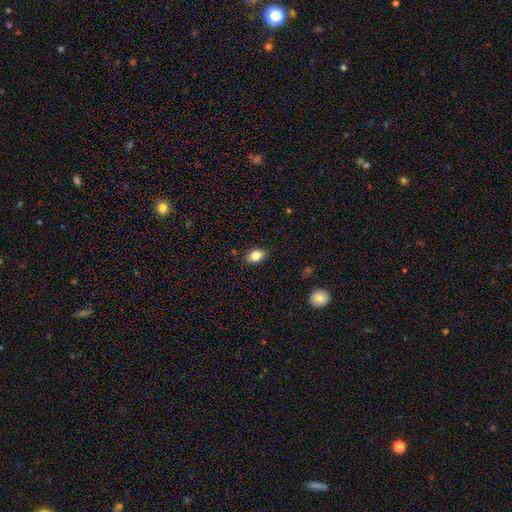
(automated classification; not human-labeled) This appears to be a smooth galaxy with no disk features (85%) that is in between round and cigar-shaped (75%). Merging: none (84%).